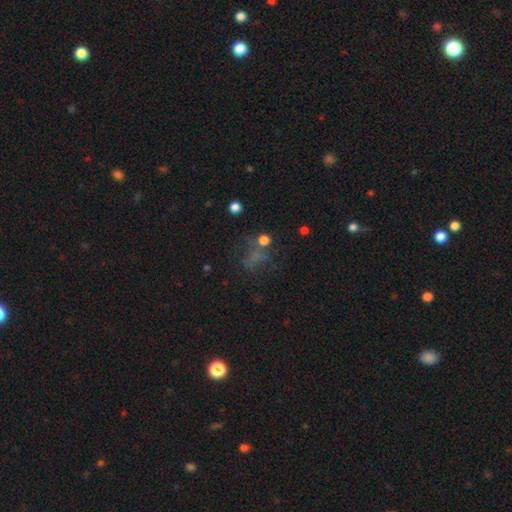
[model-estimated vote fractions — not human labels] A smooth galaxy with no disk features (44%). Merging: none (42%).